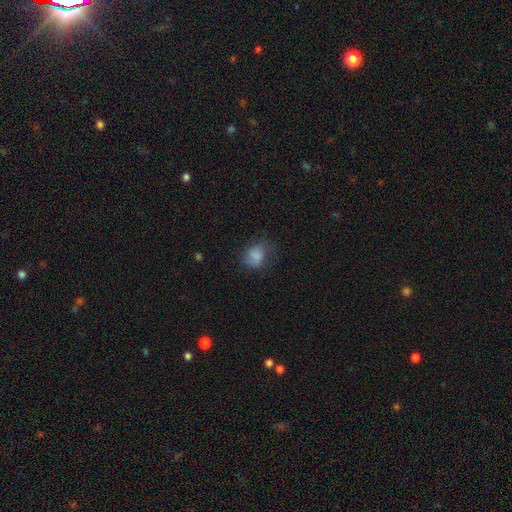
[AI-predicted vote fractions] Smooth or featured?
  - smooth: 78% *
  - featured or disk: 11%
  - star or artifact: 10%
How rounded?
  - round: 55% *
  - in between: 44%
  - cigar-shaped: 1%
Merging?
  - none: 52% *
  - minor disturbance: 29%
  - major disturbance: 18%
  - merger: 2%